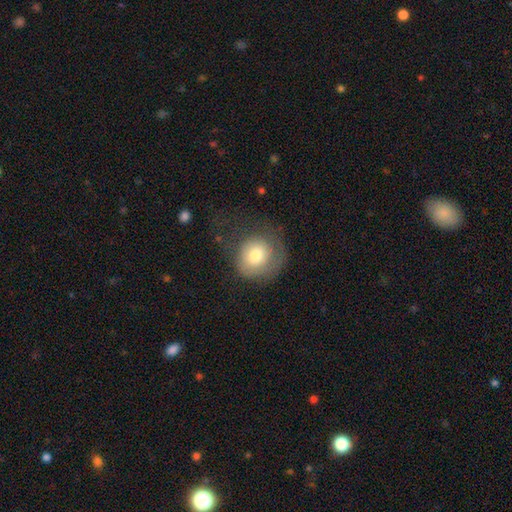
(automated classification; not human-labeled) smooth_or_featured: smooth (p=0.69) [alt: featured or disk p=0.23]
how_rounded: round (p=0.84) [alt: in between p=0.15]
merging: none (p=0.52) [alt: major disturbance p=0.25]